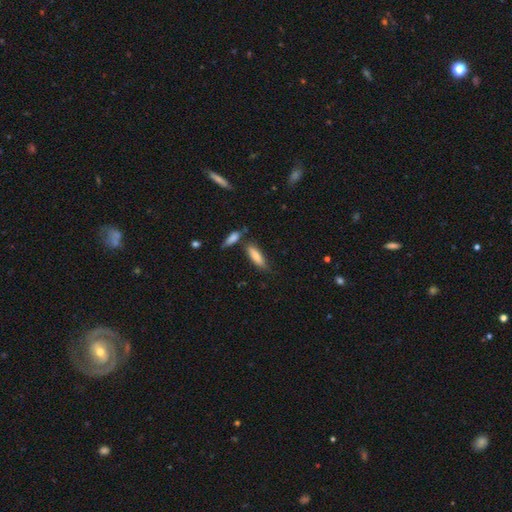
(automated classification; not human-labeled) This appears to be a smooth galaxy with no disk features (75%) that is cigar-shaped (55%). Merging: none (68%).